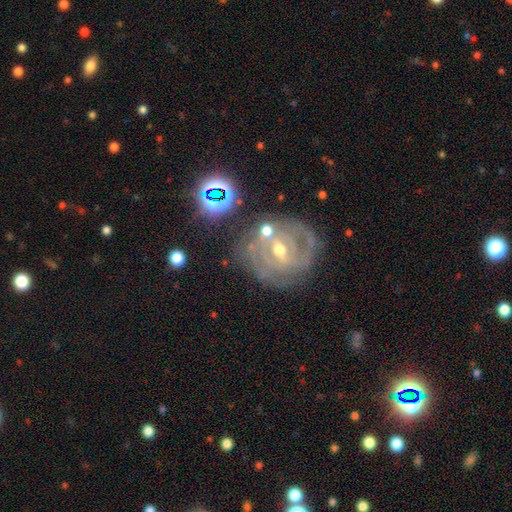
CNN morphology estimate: Smooth or featured?
  - featured or disk: 74% *
  - star or artifact: 16%
  - smooth: 10%
Edge-on disk?
  - no: 96% *
  - yes: 4%
Bar?
  - weak: 45% *
  - no: 31%
  - strong: 24%
Spiral arms?
  - yes: 91% *
  - no: 9%
Spiral winding?
  - tight: 65% *
  - medium: 28%
  - loose: 7%
Spiral arm count?
  - can't tell: 34% *
  - 2: 28%
  - 3: 18%
  - 4: 8%
  - 1: 6%
  - more than 4: 6%
Bulge size?
  - small: 59% *
  - moderate: 37%
  - large: 1%
  - none: 1%
  - dominant: 1%
Merging?
  - none: 70% *
  - minor disturbance: 15%
  - major disturbance: 7%
  - merger: 7%